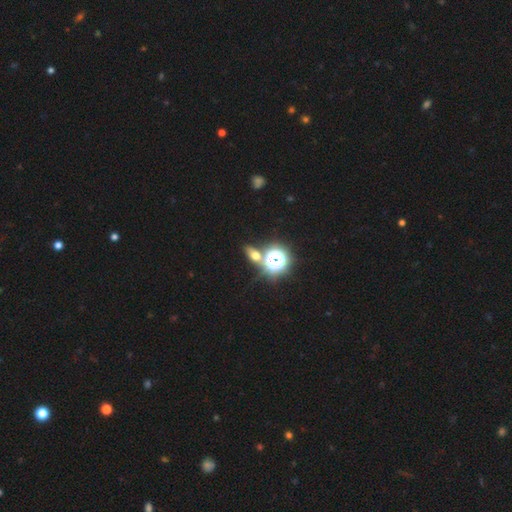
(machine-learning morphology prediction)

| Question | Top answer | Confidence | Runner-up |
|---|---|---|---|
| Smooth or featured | smooth | 48% | star or artifact (36%) |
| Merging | none | 71% | merger (15%) |